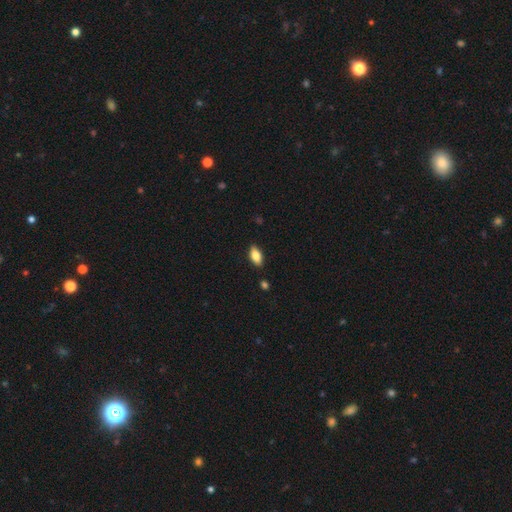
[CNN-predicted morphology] Smooth or featured? smooth (78%)
How rounded? in between (89%)
Merging? none (86%)